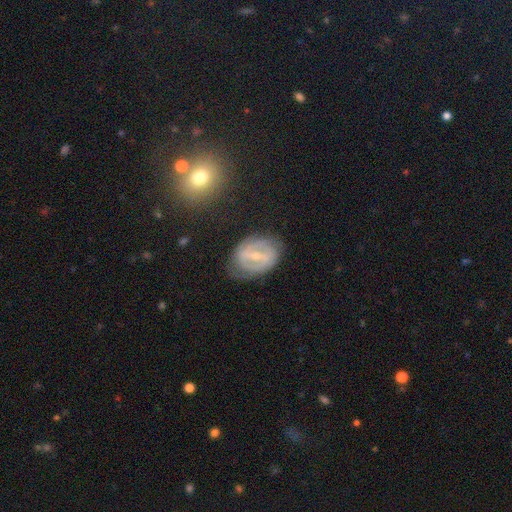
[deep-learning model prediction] A featured or disk galaxy (75%) with a strong bar (54%), spiral arms (64%) and a small central bulge (62%). Merging: none (70%).